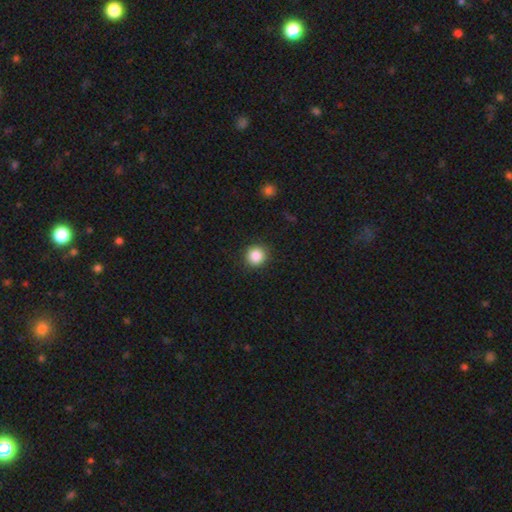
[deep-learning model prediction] This is clearly a smooth galaxy (87%). How rounded: clearly round (93%). Merging: clearly none (90%).